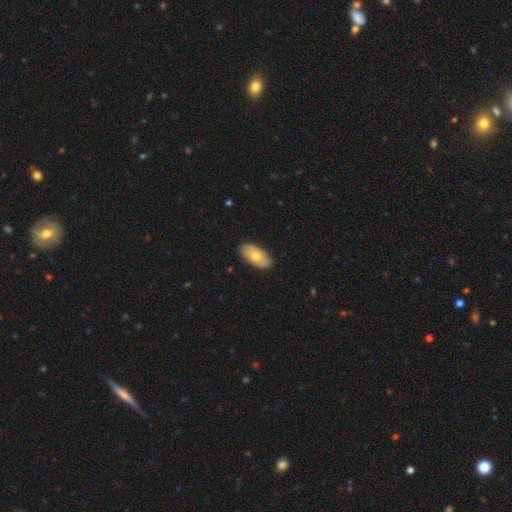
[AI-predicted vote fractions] Overall: smooth (65%; featured or disk 30%). How rounded: in between (93%). Merging: none (88%).